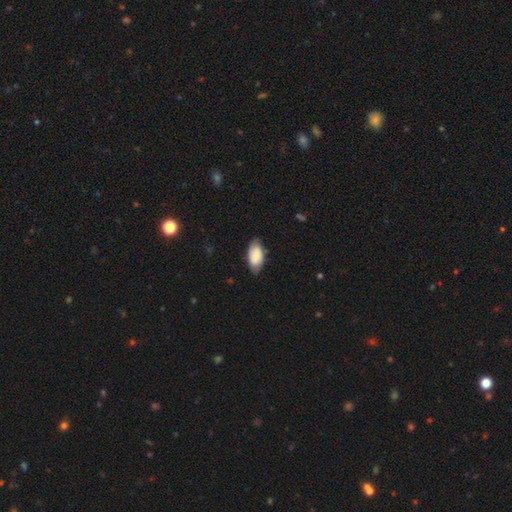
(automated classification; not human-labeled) Smooth or featured: smooth — 74% (featured or disk — 20%)
How rounded: in between — 94% (cigar-shaped — 3%)
Merging: none — 76% (minor disturbance — 19%)